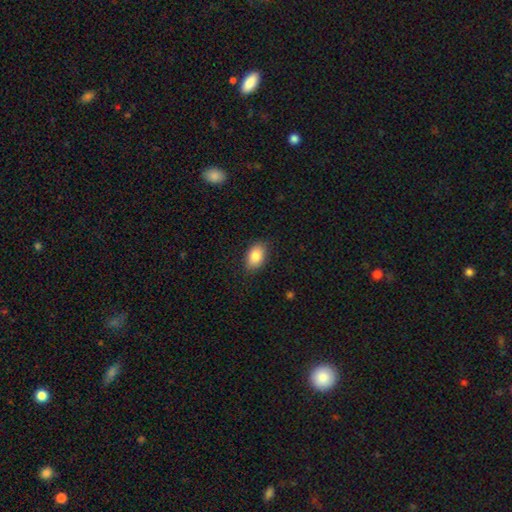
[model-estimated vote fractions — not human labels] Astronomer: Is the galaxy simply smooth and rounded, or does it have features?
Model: smooth — 85%.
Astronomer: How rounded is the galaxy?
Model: in between — 88%.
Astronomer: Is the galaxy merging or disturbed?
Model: none — 85%.